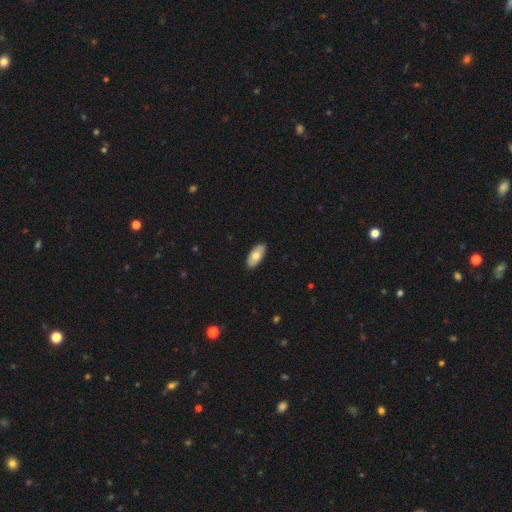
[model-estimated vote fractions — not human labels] A smooth galaxy with no disk features (74%) that is in between round and cigar-shaped (92%).

Vote fractions:
- Smooth or featured? smooth: 74% / featured or disk: 20% / star or artifact: 6%
- How rounded? in between: 92% / cigar-shaped: 6% / round: 2%
- Merging? none: 89% / minor disturbance: 8% / major disturbance: 2% / merger: 1%